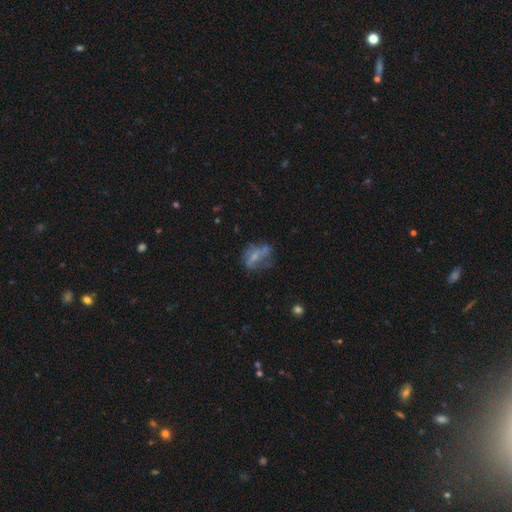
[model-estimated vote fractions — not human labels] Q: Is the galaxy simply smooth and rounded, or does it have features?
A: featured or disk — 49%.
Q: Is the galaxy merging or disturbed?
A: none — 45%.